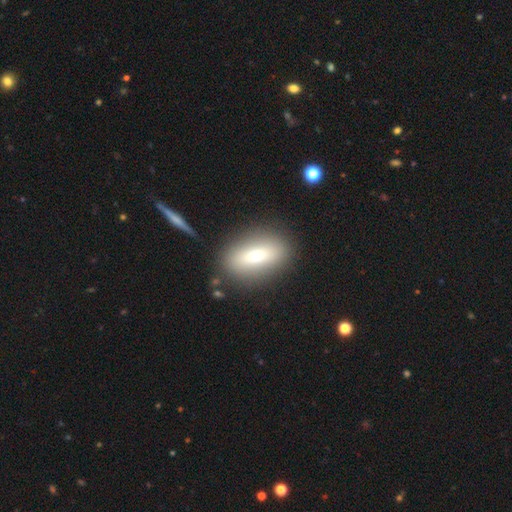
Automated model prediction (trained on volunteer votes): Morphology: type=smooth (68%); roundness=in between (78%); merging=none (83%).